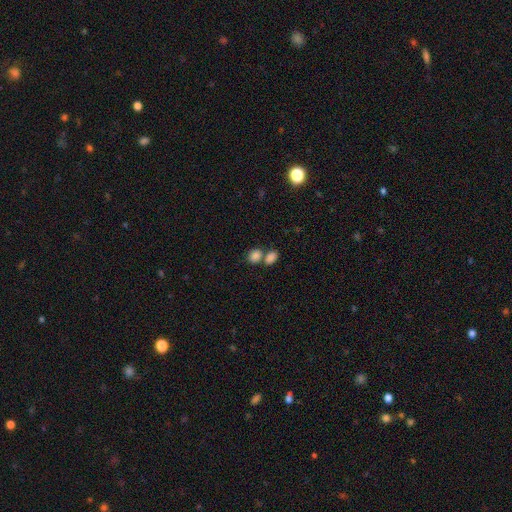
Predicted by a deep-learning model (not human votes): This appears to be a smooth galaxy with no disk features (84%) that is in between round and cigar-shaped (57%). Merging: merger (47%).